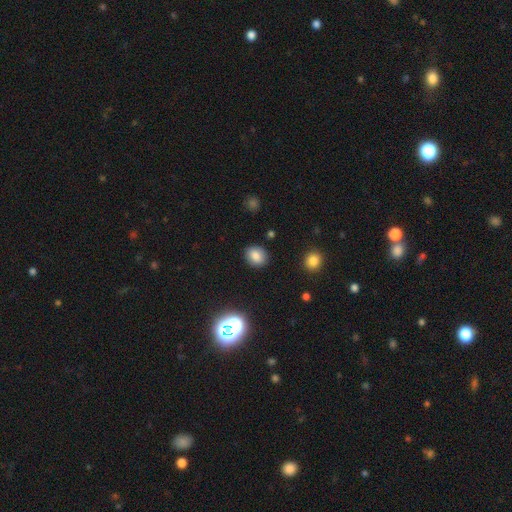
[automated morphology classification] Smooth or featured?
  - smooth: 80% *
  - star or artifact: 13%
  - featured or disk: 7%
How rounded?
  - round: 62% *
  - in between: 37%
  - cigar-shaped: 1%
Merging?
  - none: 88% *
  - minor disturbance: 8%
  - major disturbance: 2%
  - merger: 2%